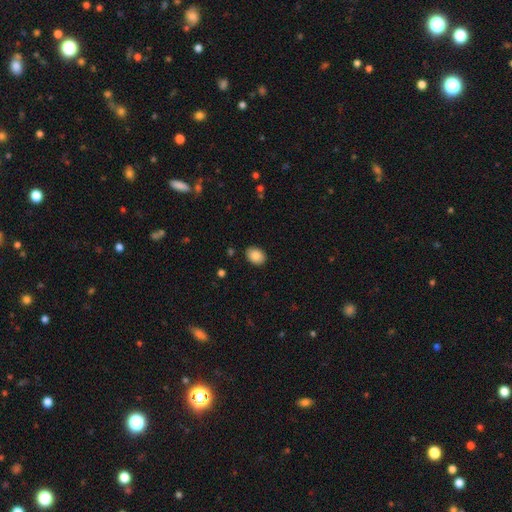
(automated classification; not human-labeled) This appears to be a smooth galaxy with no disk features (87%) that is in between round and cigar-shaped (71%). Merging: none (88%).